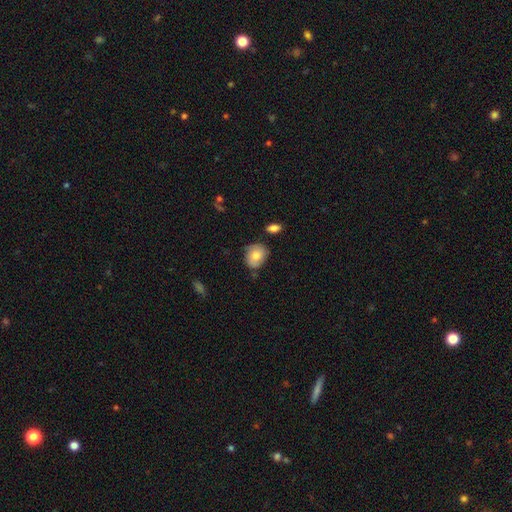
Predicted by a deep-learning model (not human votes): smooth 69%, featured or disk 23%, star or artifact 8%. Down the decision tree: how rounded — round (58%); merging — none (70%).